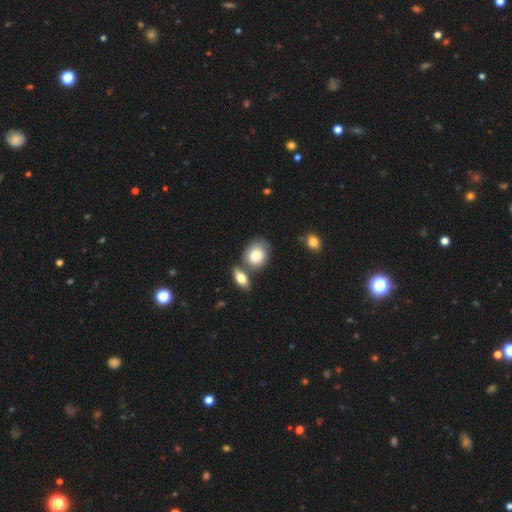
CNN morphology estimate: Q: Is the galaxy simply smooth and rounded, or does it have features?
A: smooth — 78%.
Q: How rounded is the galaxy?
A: round — 55%.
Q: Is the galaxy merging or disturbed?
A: none — 53%.